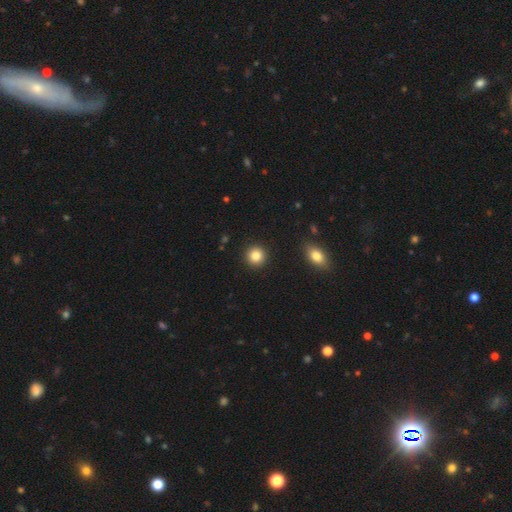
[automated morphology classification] Smooth or featured? smooth (85%)
How rounded? round (94%)
Merging? none (93%)